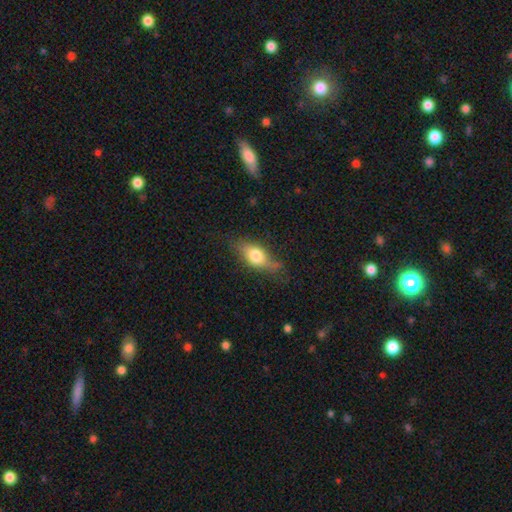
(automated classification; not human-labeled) The model was most divided on "merging": none: 59%, minor disturbance: 29%, major disturbance: 10%, merger: 2%. More confident: how rounded — in between (79%); smooth or featured — smooth (68%).